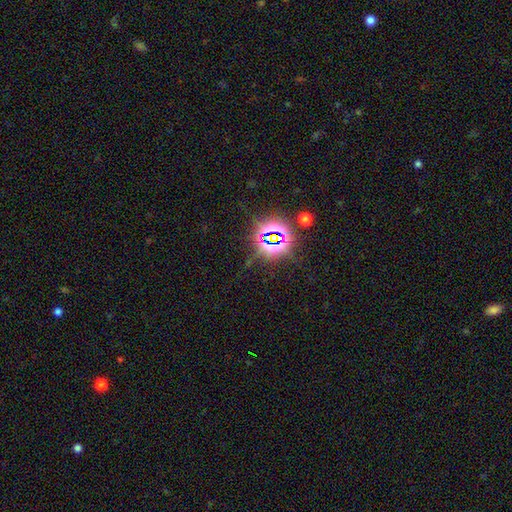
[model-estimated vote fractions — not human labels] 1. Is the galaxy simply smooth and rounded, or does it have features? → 80% star or artifact, 12% smooth, 8% featured or disk.